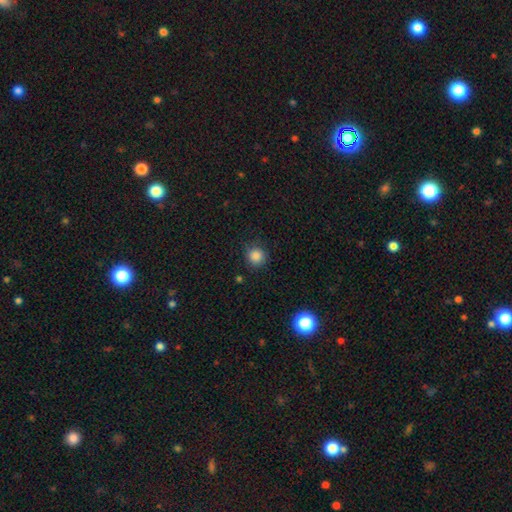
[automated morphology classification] Overall: smooth (85%). How rounded: round (93%). Merging: none (82%).